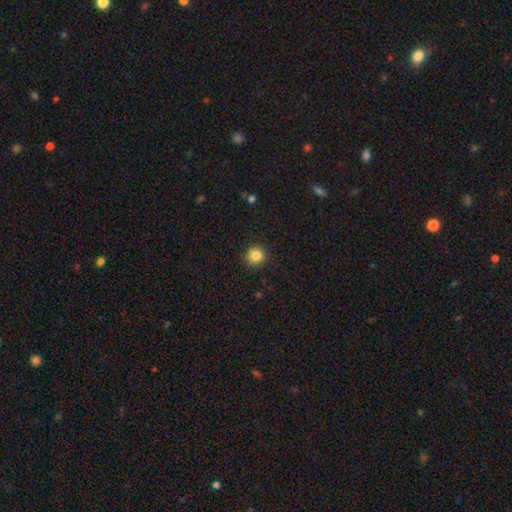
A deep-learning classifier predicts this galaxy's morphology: Smooth or featured: smooth — 84% (star or artifact — 11%)
How rounded: round — 93% (in between — 6%)
Merging: none — 91% (minor disturbance — 7%)